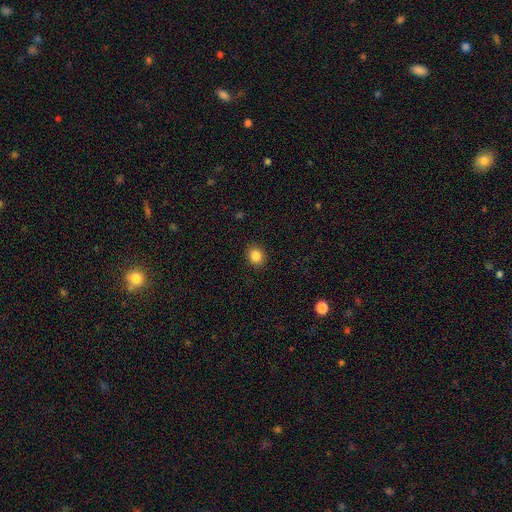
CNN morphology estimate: The model was most divided on "how rounded": round: 77%, in between: 22%, cigar-shaped: 1%. More confident: merging — none (90%); smooth or featured — smooth (85%).